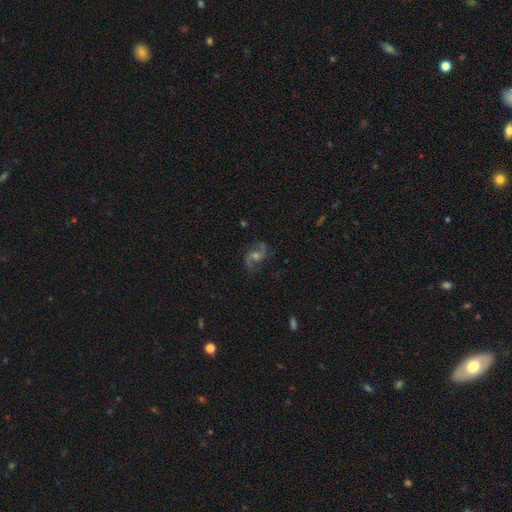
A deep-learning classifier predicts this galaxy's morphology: This appears to be a featured or disk galaxy (83%) with no bar (50%), 2 (91%) loose (51%) spiral arms (96%) and a moderate central bulge (54%). Merging: none (78%).